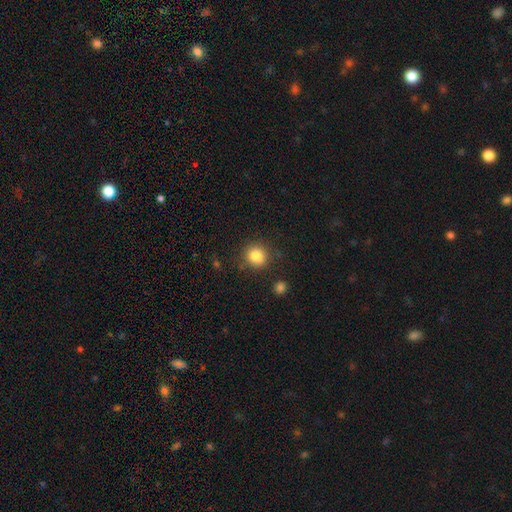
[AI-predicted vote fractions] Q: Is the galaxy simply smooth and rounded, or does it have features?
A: smooth — 84%.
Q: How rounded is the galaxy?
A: round — 84%.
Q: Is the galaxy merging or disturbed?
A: none — 82%.